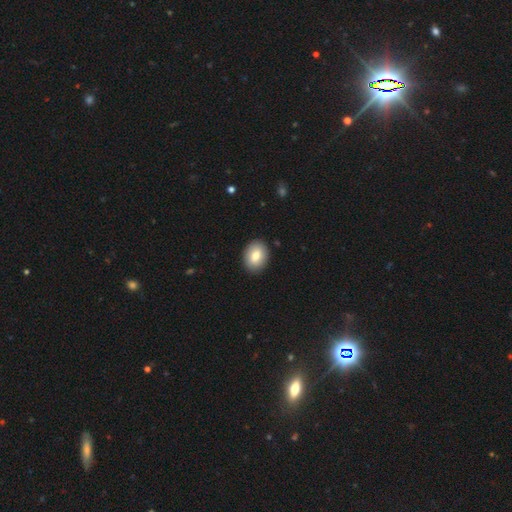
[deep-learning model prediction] This appears to be a smooth galaxy with no disk features (80%) that is in between round and cigar-shaped (71%). Merging: none (90%).